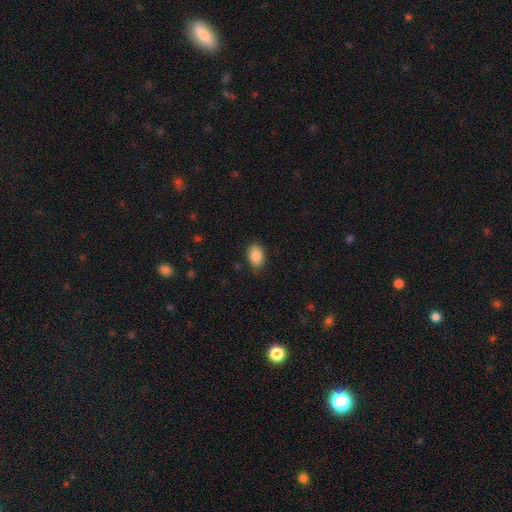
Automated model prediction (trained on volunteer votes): This is clearly a smooth galaxy (87%). How rounded: clearly in between (85%). Merging: likely none (79%).